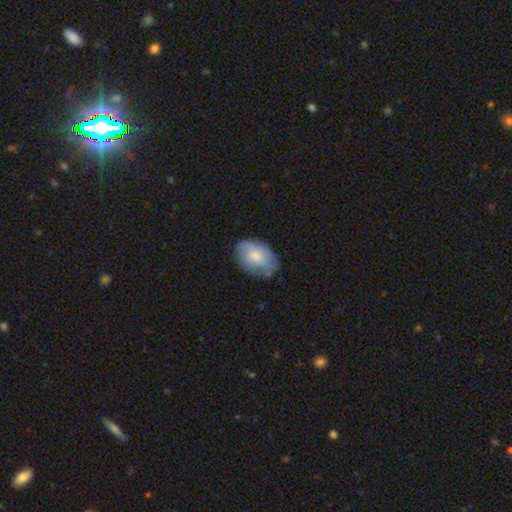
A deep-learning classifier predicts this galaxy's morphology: The model was most divided on "merging": none: 64%, minor disturbance: 27%, major disturbance: 7%, merger: 2%. More confident: how rounded — in between (87%); smooth or featured — smooth (67%).